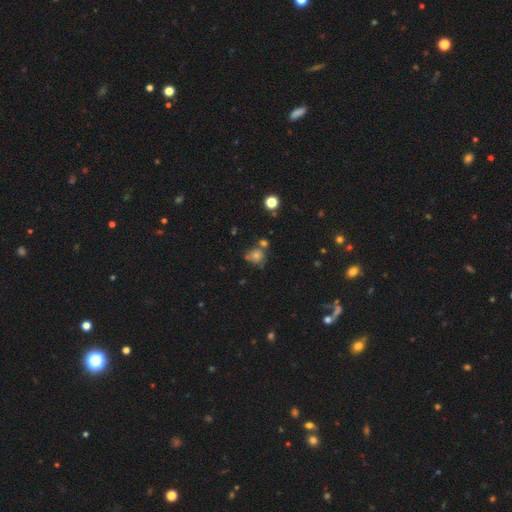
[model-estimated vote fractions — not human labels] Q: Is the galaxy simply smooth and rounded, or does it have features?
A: smooth — 66%.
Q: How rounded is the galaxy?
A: round — 79%.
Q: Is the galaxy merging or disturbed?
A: none — 54%.